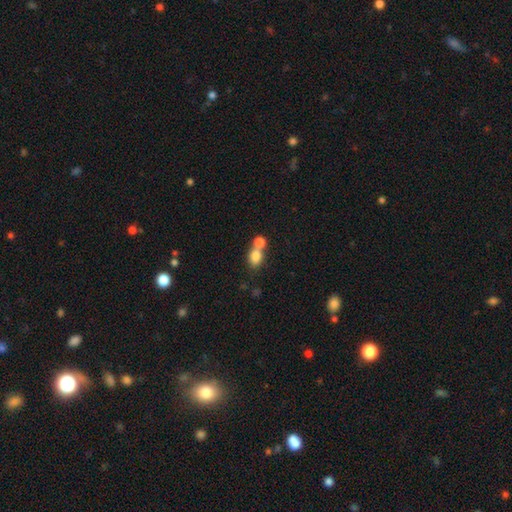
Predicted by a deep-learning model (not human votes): Smooth or featured: smooth — 79% (featured or disk — 11%)
How rounded: in between — 58% (round — 40%)
Merging: merger — 58% (none — 32%)